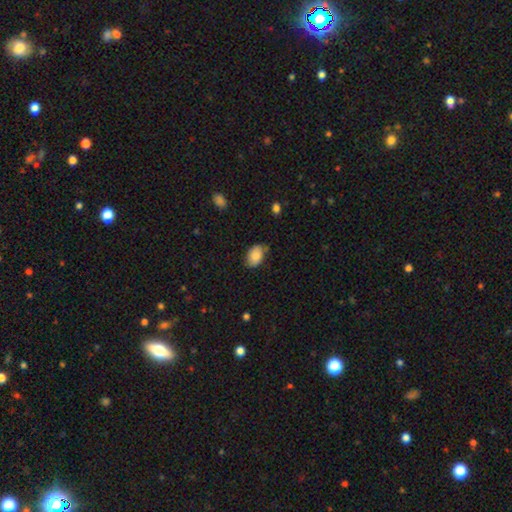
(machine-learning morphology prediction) Overall: smooth (83%). How rounded: in between (88%). Merging: none (71%).